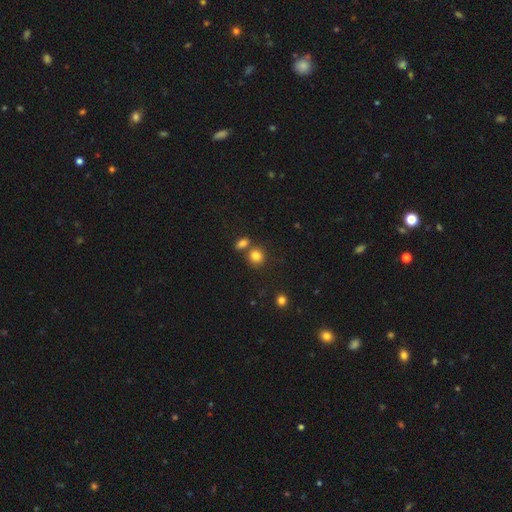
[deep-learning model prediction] Smooth or featured: smooth — 83% (star or artifact — 11%)
How rounded: round — 79% (in between — 20%)
Merging: none — 60% (merger — 26%)